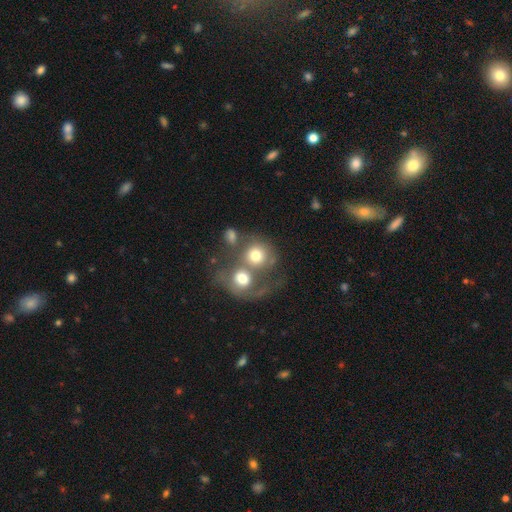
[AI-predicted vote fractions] The model was most divided on "smooth or featured": smooth: 65%, featured or disk: 25%, star or artifact: 11%. More confident: how rounded — round (79%); merging — merger (62%).